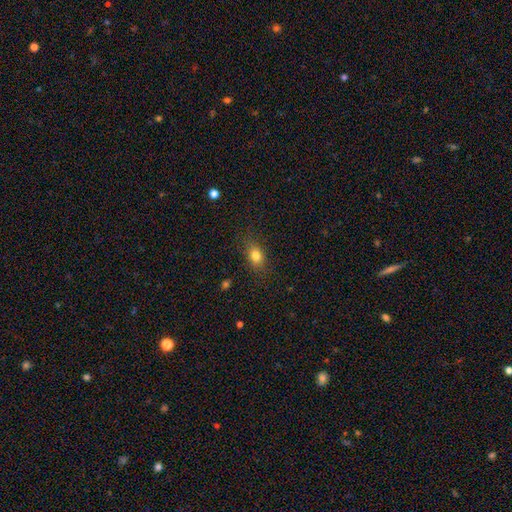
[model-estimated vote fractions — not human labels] Smooth or featured? smooth (81%)
How rounded? in between (70%)
Merging? none (82%)